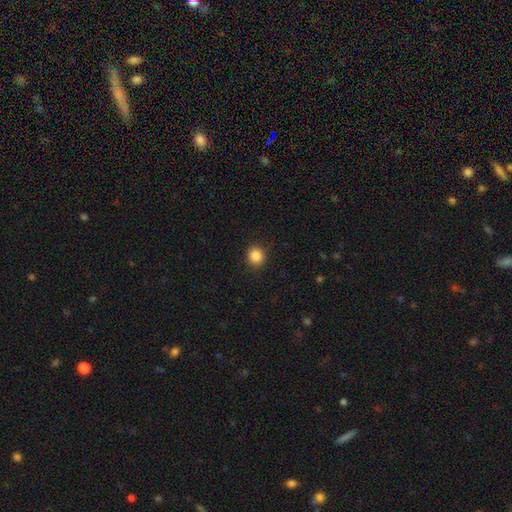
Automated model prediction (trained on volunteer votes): smooth_or_featured: smooth (p=0.86) [alt: star or artifact p=0.10]
how_rounded: round (p=0.85) [alt: in between p=0.14]
merging: none (p=0.89) [alt: minor disturbance p=0.08]